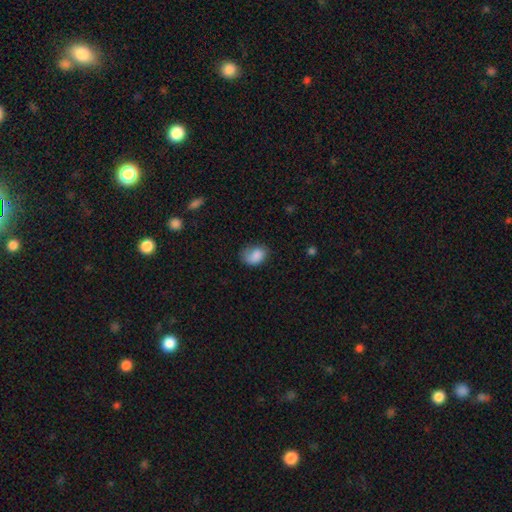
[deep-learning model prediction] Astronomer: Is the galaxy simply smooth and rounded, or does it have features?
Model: smooth — 82%.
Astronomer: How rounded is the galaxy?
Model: in between — 75%.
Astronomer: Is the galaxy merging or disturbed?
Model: none — 51% (runner-up: minor disturbance, 32%).